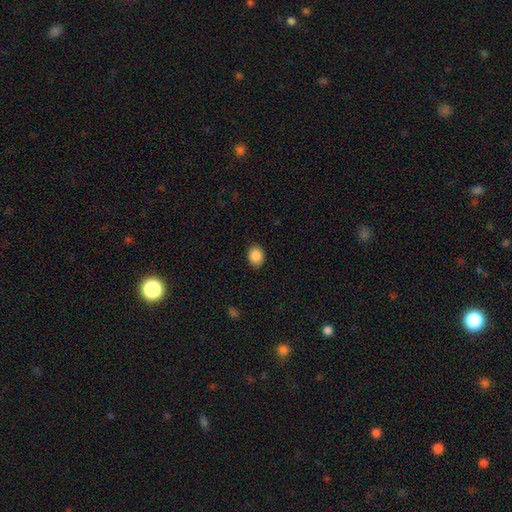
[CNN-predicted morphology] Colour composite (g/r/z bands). It shows a smooth galaxy with no disk features (89%) that is in between round and cigar-shaped (51%). Merging: none (89%).